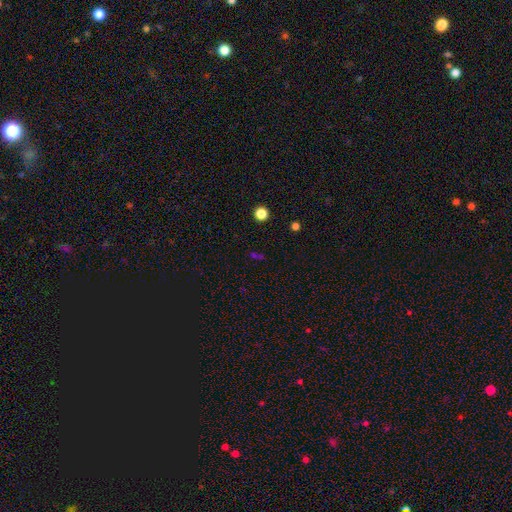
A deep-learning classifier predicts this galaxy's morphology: Smooth or featured: star or artifact — 52% (smooth — 39%)